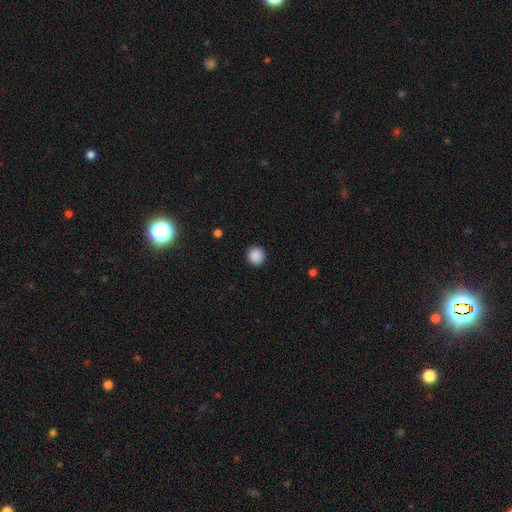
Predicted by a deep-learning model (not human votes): Q: Smooth or featured?
A: smooth (88%); runner-up: star or artifact (9%)
Q: How rounded?
A: round (94%); runner-up: in between (5%)
Q: Merging?
A: none (92%); runner-up: minor disturbance (5%)